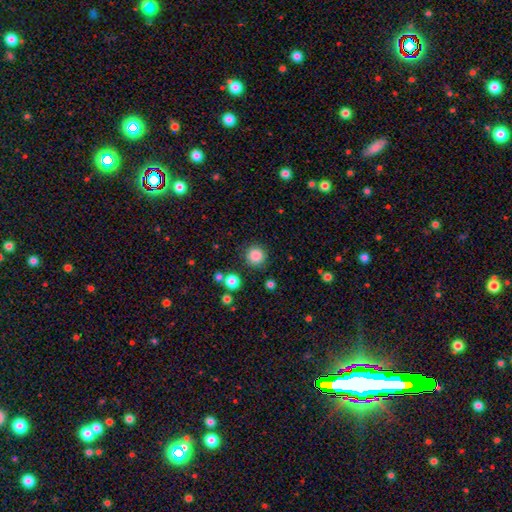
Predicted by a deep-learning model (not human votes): The model was most divided on "smooth or featured": smooth: 85%, star or artifact: 11%, featured or disk: 4%. More confident: how rounded — round (95%); merging — none (88%).